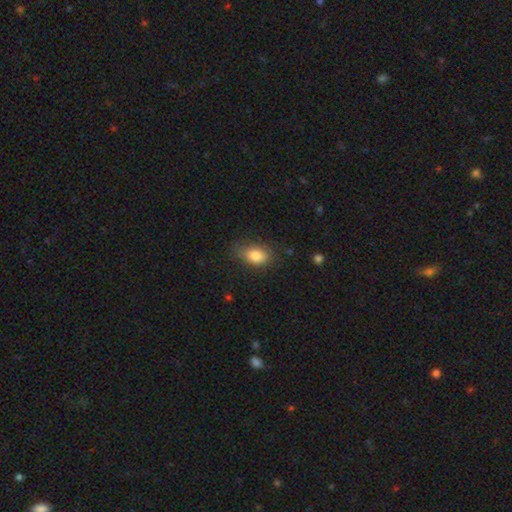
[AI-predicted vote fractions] This is clearly a smooth galaxy (84%). How rounded: clearly in between (85%). Merging: likely none (72%).